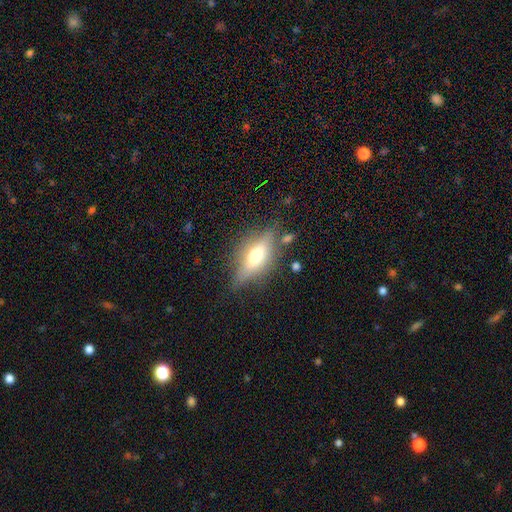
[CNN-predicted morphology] Smooth or featured? featured or disk (53%)
Edge-on disk? yes (85%)
Merging? none (73%)